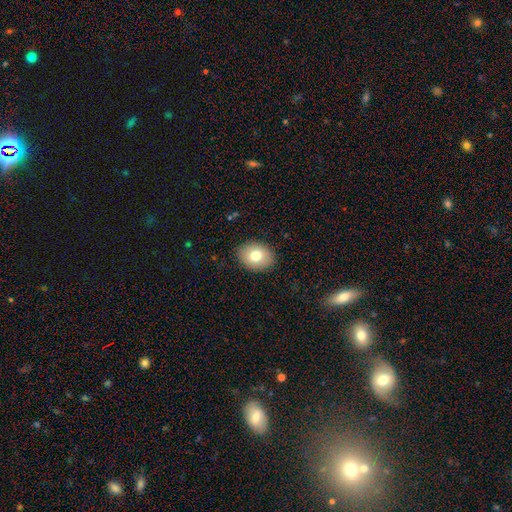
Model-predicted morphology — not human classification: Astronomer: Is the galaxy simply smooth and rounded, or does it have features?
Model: smooth — 76%.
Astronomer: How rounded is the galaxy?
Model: in between — 61% (runner-up: round, 38%).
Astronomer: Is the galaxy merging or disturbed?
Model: none — 88%.